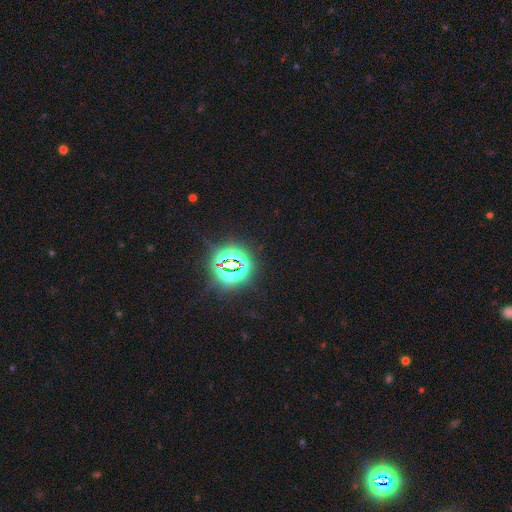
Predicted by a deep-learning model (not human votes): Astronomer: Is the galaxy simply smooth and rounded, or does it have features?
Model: star or artifact — 82%.